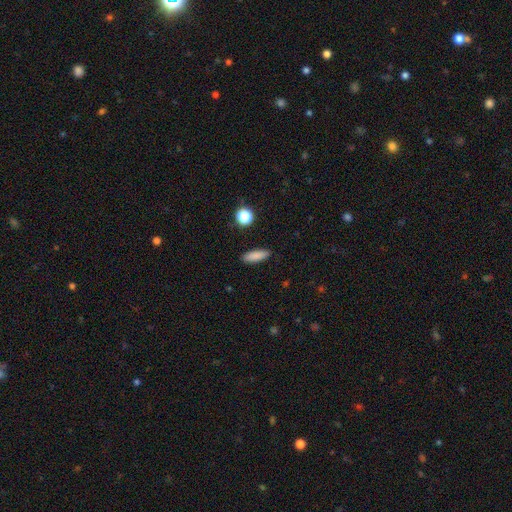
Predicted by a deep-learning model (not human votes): Q: Smooth or featured?
A: smooth (85%); runner-up: star or artifact (9%)
Q: How rounded?
A: in between (51%); runner-up: cigar-shaped (46%)
Q: Merging?
A: none (88%); runner-up: minor disturbance (8%)